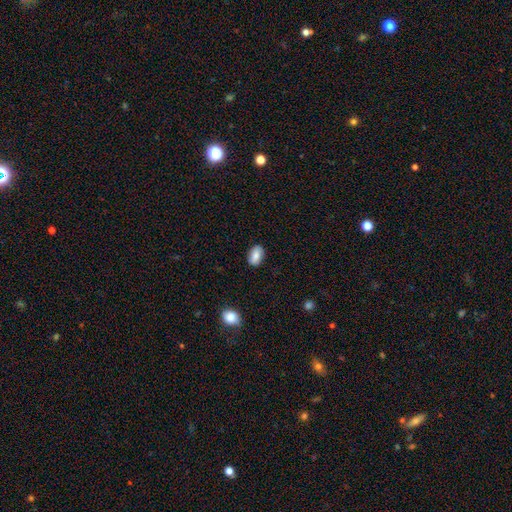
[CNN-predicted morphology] A smooth galaxy with no disk features (83%) that is in between round and cigar-shaped (90%).

Vote fractions:
- Smooth or featured? smooth: 83% / featured or disk: 10% / star or artifact: 7%
- How rounded? in between: 90% / round: 9% / cigar-shaped: 2%
- Merging? none: 87% / minor disturbance: 10% / major disturbance: 2% / merger: 1%